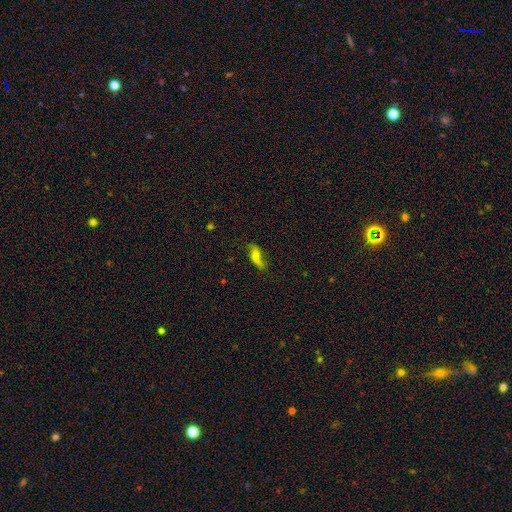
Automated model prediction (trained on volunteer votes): Smooth or featured? Predicted: smooth (p=0.48). Merging? Predicted: none (p=0.57).